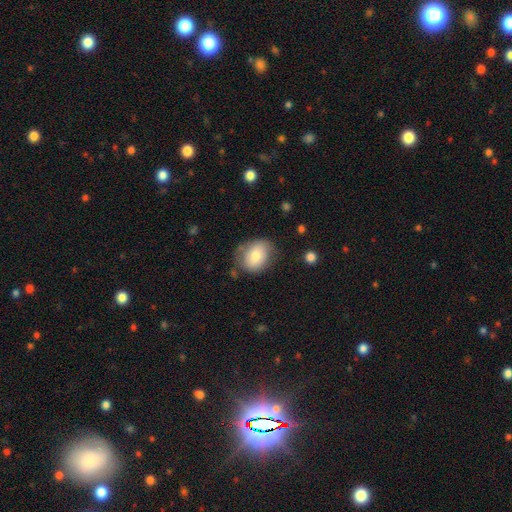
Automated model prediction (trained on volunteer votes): A smooth galaxy with no disk features (75%) that is in between round and cigar-shaped (55%). Merging: none (67%).